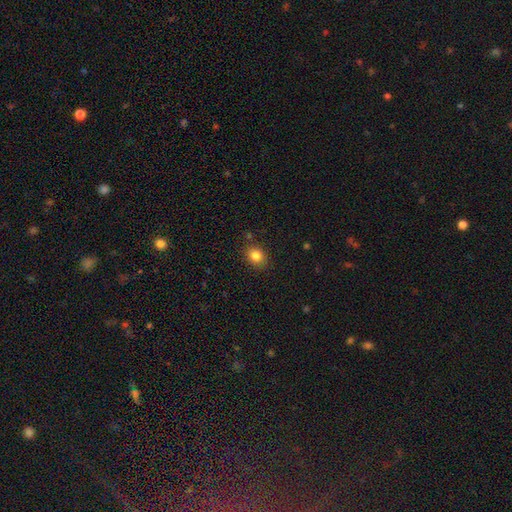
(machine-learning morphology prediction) type=smooth (83%); roundness=round (58%); merging=none (85%).